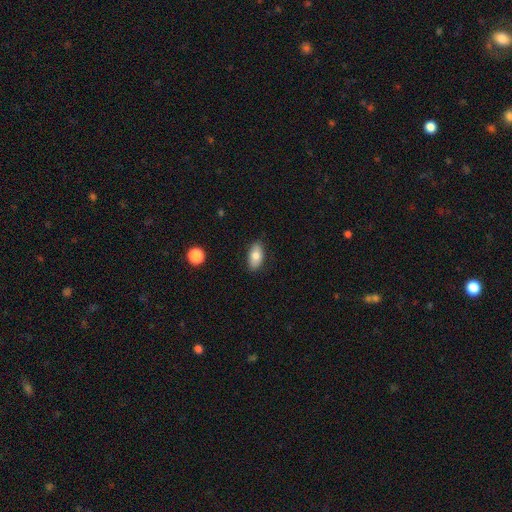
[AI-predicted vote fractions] Smooth or featured? smooth (80%)
How rounded? in between (91%)
Merging? none (87%)